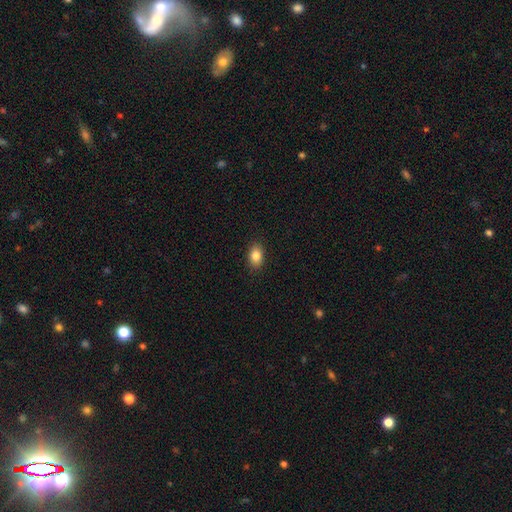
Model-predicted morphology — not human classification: A smooth galaxy with no disk features (85%) that is in between round and cigar-shaped (84%).

Vote fractions:
- Smooth or featured? smooth: 85% / star or artifact: 8% / featured or disk: 6%
- How rounded? in between: 84% / round: 14% / cigar-shaped: 2%
- Merging? none: 89% / minor disturbance: 8% / major disturbance: 2% / merger: 1%